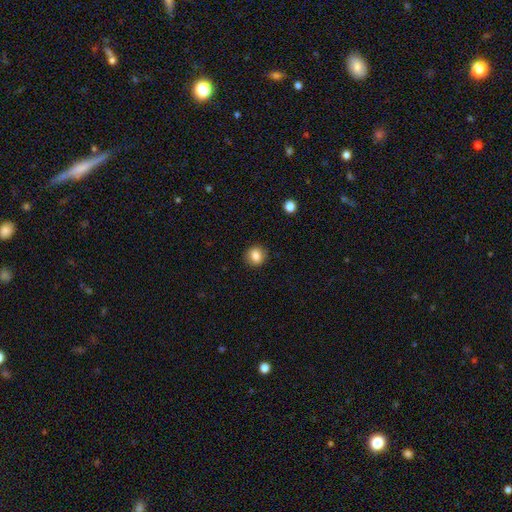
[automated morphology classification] smooth_or_featured: smooth (p=0.83) [alt: star or artifact p=0.10]
how_rounded: round (p=0.82) [alt: in between p=0.17]
merging: none (p=0.89) [alt: minor disturbance p=0.08]